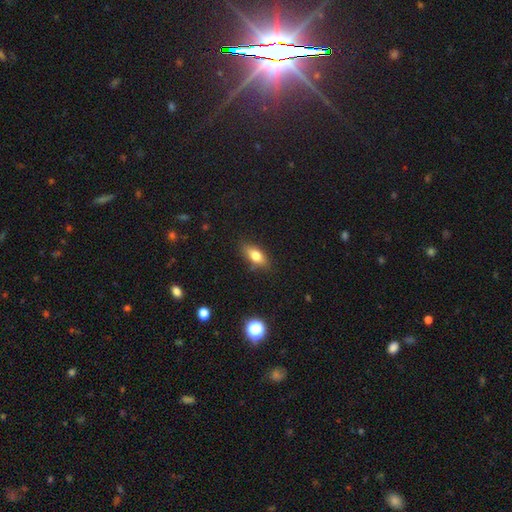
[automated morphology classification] Smooth or featured: smooth — 76% (featured or disk — 15%)
How rounded: in between — 81% (cigar-shaped — 12%)
Merging: none — 82% (minor disturbance — 14%)